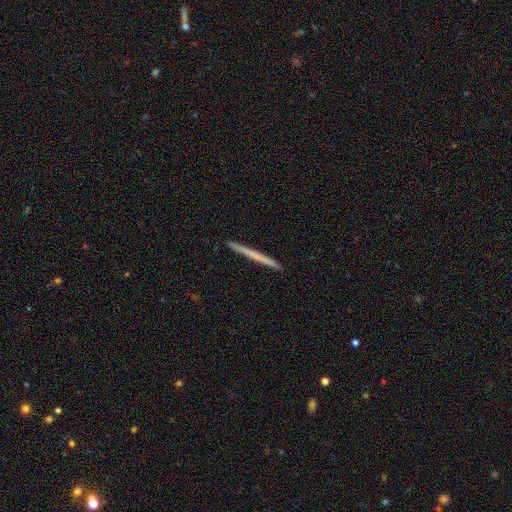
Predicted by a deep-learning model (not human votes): Smooth or featured: smooth — 55% (featured or disk — 39%)
How rounded: cigar-shaped — 97% (in between — 1%)
Merging: none — 93% (minor disturbance — 5%)